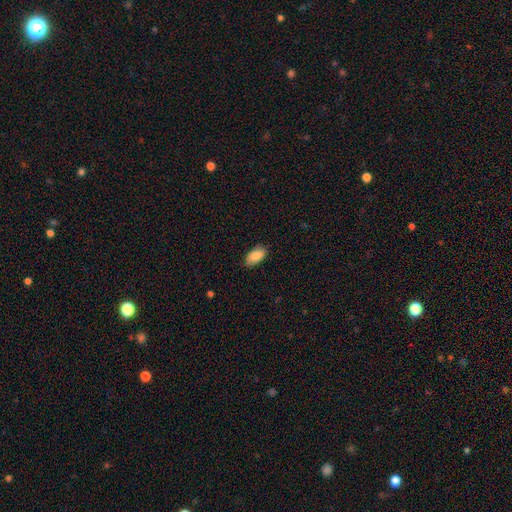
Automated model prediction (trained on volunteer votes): Smooth or featured? Predicted: smooth (p=0.86). How rounded? Predicted: in between (p=0.93). Merging? Predicted: none (p=0.80).